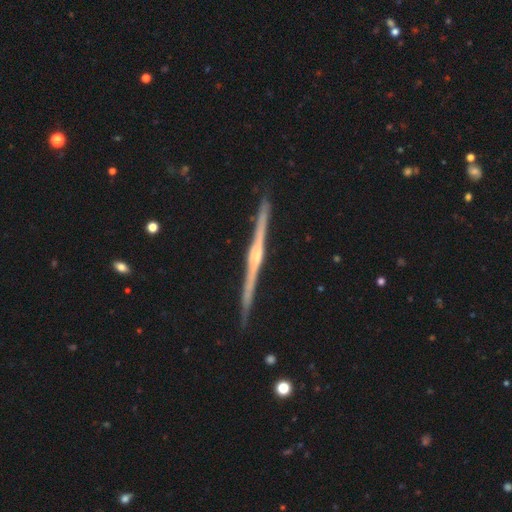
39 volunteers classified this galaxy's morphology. smooth_or_featured: featured or disk (p=0.90) [alt: smooth p=0.08]
disk_edge_on: yes (p=0.97) [alt: no p=0.03]
edge_on_bulge: rounded (p=0.82) [alt: boxy p=0.15]
merging: none (p=0.92) [alt: minor disturbance p=0.08]